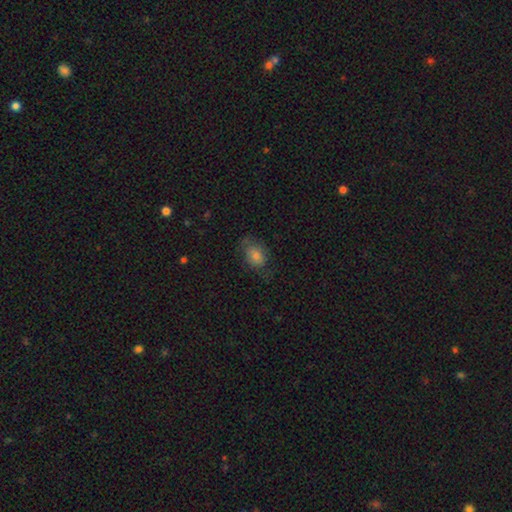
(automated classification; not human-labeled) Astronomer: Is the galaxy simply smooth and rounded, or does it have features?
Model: smooth — 70%.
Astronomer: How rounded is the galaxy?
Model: in between — 75%.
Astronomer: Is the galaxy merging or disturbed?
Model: none — 61%.